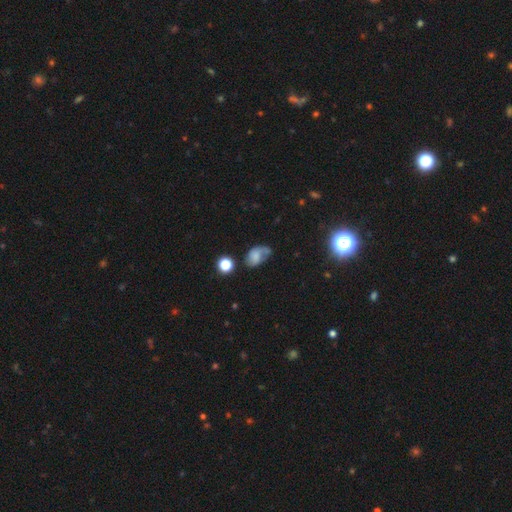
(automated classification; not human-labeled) Smooth or featured? smooth (59%)
How rounded? in between (80%)
Merging? minor disturbance (31%)